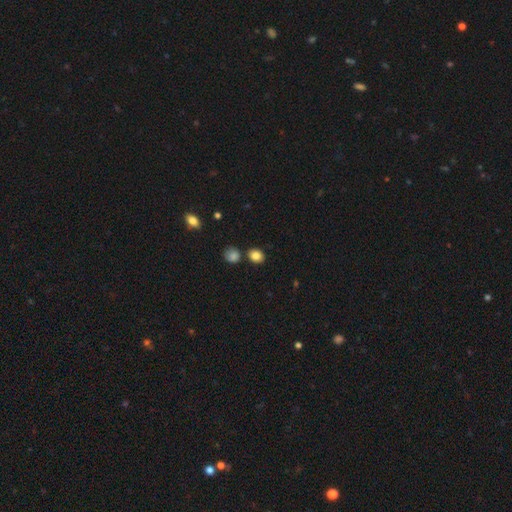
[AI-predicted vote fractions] Smooth or featured?
  - smooth: 85% *
  - star or artifact: 10%
  - featured or disk: 5%
How rounded?
  - round: 51% *
  - in between: 47%
  - cigar-shaped: 1%
Merging?
  - none: 78% *
  - minor disturbance: 10%
  - merger: 9%
  - major disturbance: 3%